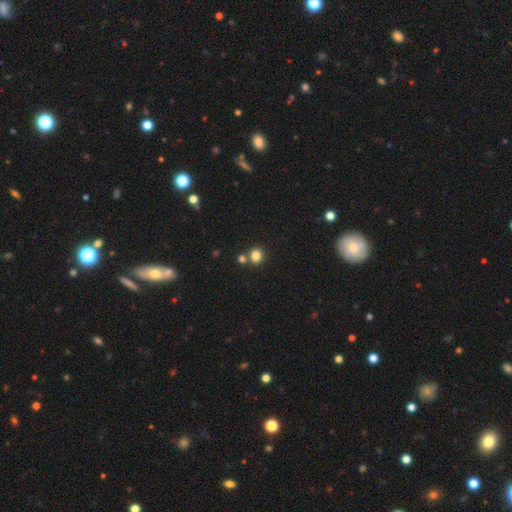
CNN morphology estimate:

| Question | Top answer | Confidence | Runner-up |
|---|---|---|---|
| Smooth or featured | smooth | 82% | star or artifact (13%) |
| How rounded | round | 85% | in between (14%) |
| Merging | none | 72% | merger (19%) |